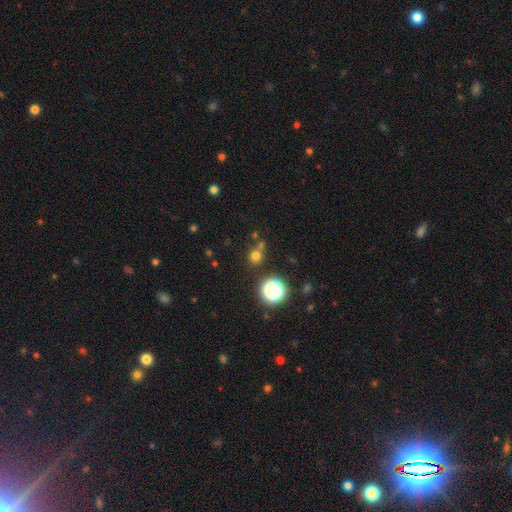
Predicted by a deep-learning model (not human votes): Q: Smooth or featured?
A: smooth (67%); runner-up: star or artifact (25%)
Q: How rounded?
A: round (88%); runner-up: in between (10%)
Q: Merging?
A: none (66%); runner-up: merger (19%)